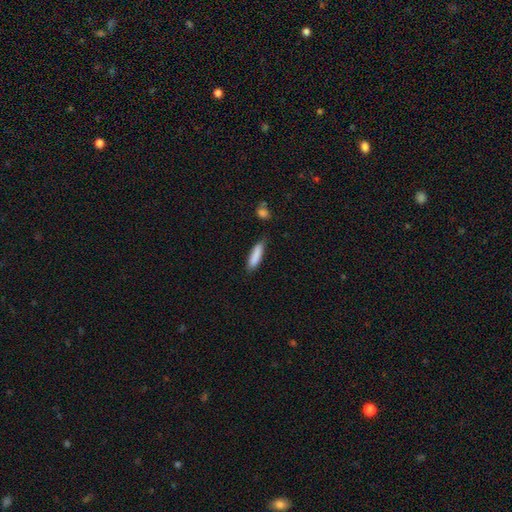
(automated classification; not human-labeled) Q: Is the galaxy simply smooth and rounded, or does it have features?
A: smooth — 86%.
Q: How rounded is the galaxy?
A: cigar-shaped — 70%.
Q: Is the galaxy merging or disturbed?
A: none — 76%.